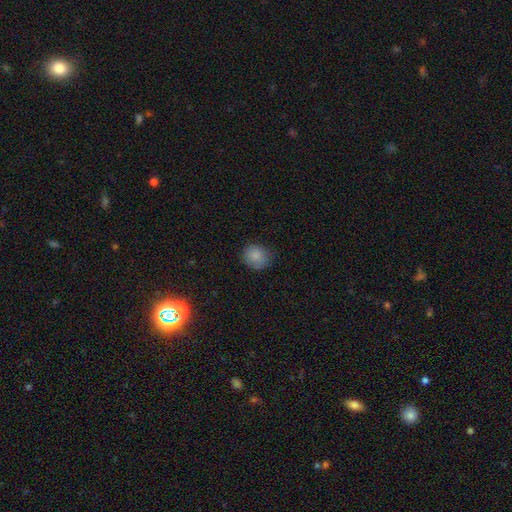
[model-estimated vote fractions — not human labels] This appears to be a smooth galaxy with no disk features (86%) that is round (74%). Merging: none (77%).